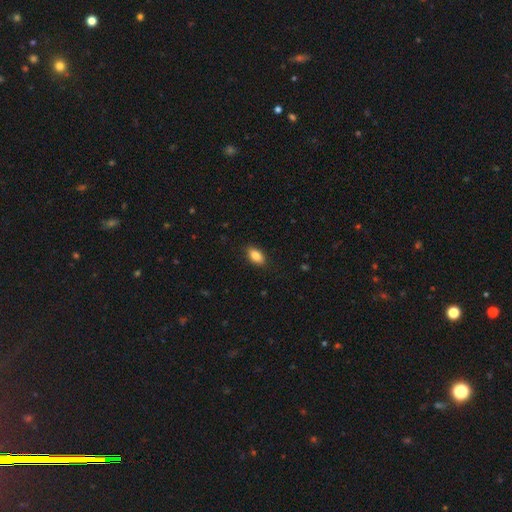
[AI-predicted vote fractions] Smooth or featured: smooth — 86% (star or artifact — 8%)
How rounded: in between — 91% (round — 6%)
Merging: none — 88% (minor disturbance — 9%)